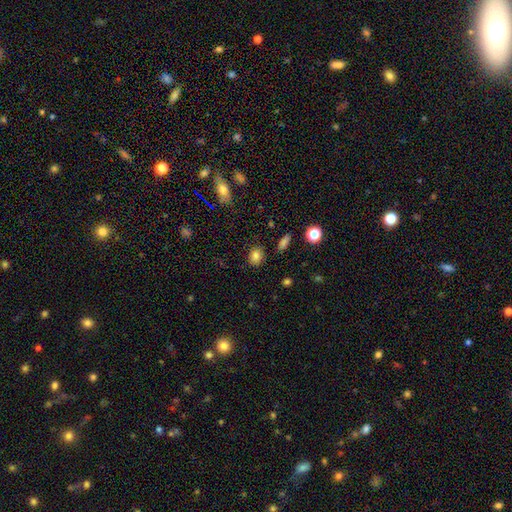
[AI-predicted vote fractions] Smooth or featured? smooth (84%)
How rounded? round (51%)
Merging? none (87%)